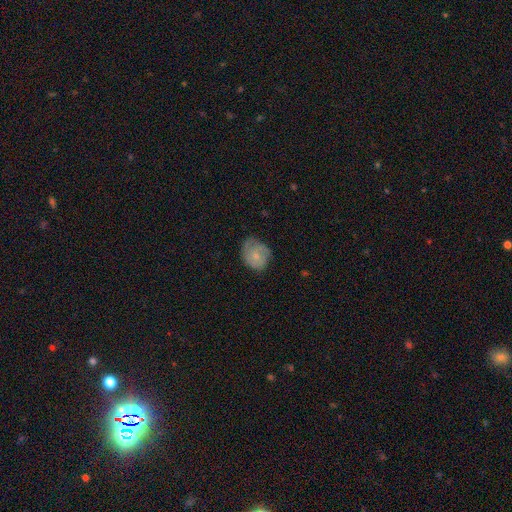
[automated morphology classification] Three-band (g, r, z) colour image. It shows a smooth galaxy with no disk features (59%) that is round (60%). Merging: none (55%).